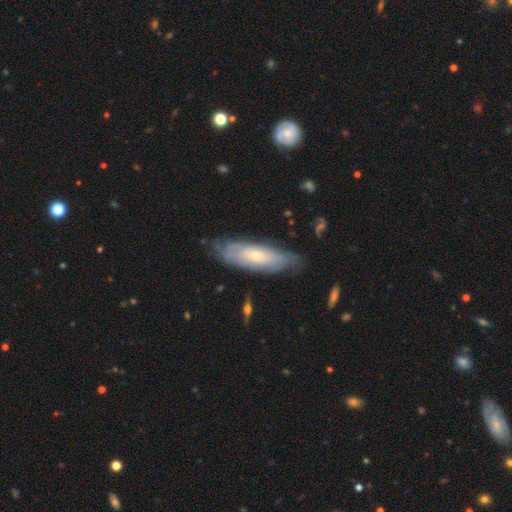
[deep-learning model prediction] Morphology: type=featured or disk (58%); edge-on=no (73%); merging=none (70%).